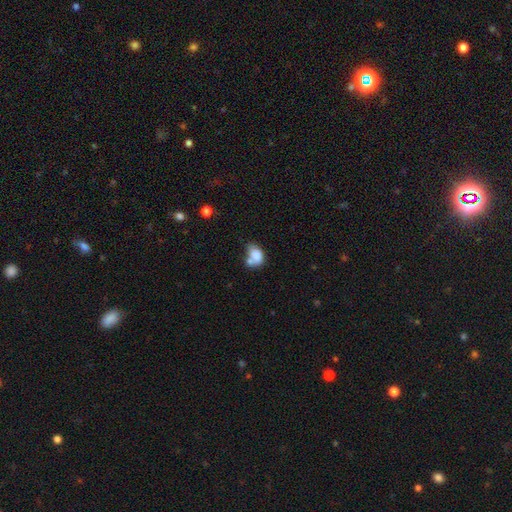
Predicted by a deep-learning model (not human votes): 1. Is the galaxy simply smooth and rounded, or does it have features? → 76% smooth, 15% featured or disk, 9% star or artifact.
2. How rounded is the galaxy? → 74% in between, 24% round, 1% cigar-shaped.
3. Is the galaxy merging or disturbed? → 48% merger, 27% none, 16% minor disturbance, 9% major disturbance.